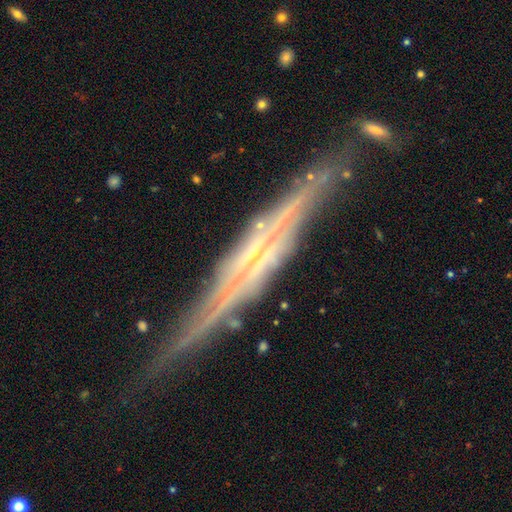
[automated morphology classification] Smooth or featured?
  - featured or disk: 85% *
  - smooth: 8%
  - star or artifact: 7%
Edge-on disk?
  - yes: 93% *
  - no: 7%
Edge-on bulge?
  - rounded: 48% *
  - none: 28%
  - boxy: 24%
Merging?
  - none: 76% *
  - minor disturbance: 16%
  - major disturbance: 5%
  - merger: 3%